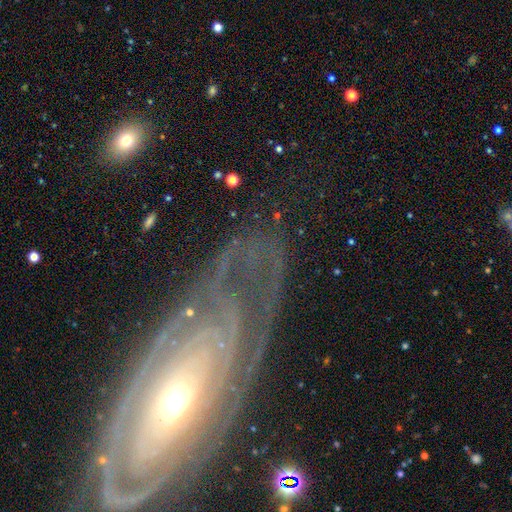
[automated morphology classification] The model was most divided on "bulge size": small: 46%, moderate: 43%, large: 6%, dominant: 2%, none: 2%. Remaining: edge-on disk — no (91%); spiral arms — yes (90%); smooth or featured — featured or disk (77%); spiral winding — tight (77%); merging — none (76%); bar — no (62%); spiral arm count — can't tell (34%).